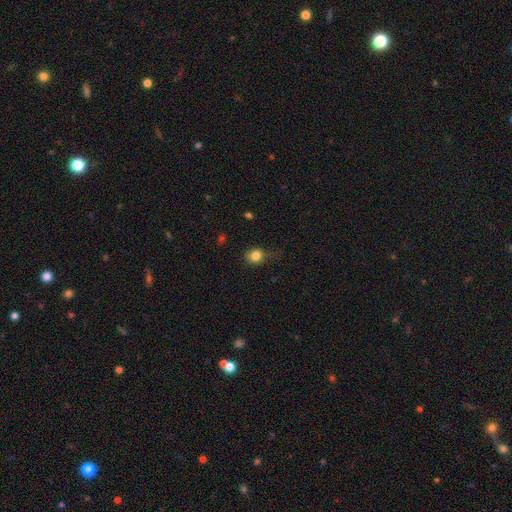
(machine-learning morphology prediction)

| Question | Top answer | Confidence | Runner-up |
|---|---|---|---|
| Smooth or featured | smooth | 82% | star or artifact (12%) |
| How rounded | round | 74% | in between (25%) |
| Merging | none | 67% | minor disturbance (24%) |